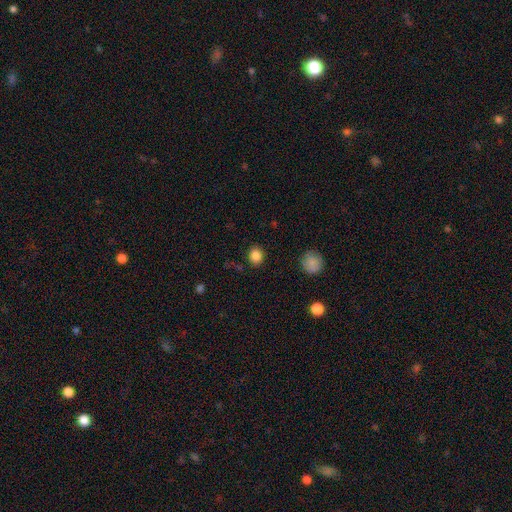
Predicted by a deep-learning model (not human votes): Morphology: type=smooth (86%); roundness=round (66%); merging=none (88%).